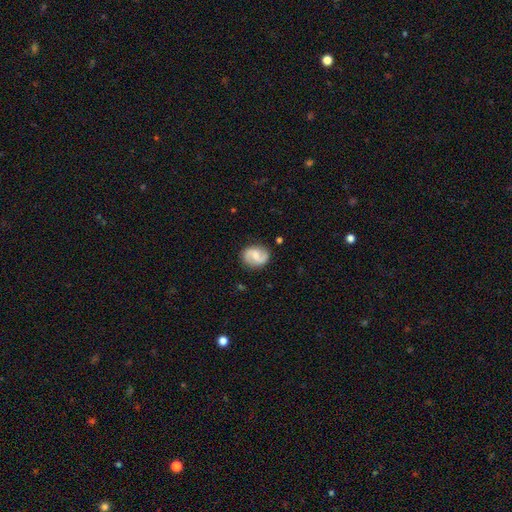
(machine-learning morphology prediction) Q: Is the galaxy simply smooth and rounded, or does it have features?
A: featured or disk — 73%.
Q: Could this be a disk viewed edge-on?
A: no — 98%.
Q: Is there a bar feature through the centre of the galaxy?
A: weak — 48%.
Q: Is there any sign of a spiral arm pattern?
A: yes — 94%.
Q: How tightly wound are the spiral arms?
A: medium — 46%.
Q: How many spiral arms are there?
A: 2 — 91%.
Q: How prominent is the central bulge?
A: moderate — 46%.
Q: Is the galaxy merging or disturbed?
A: none — 82%.